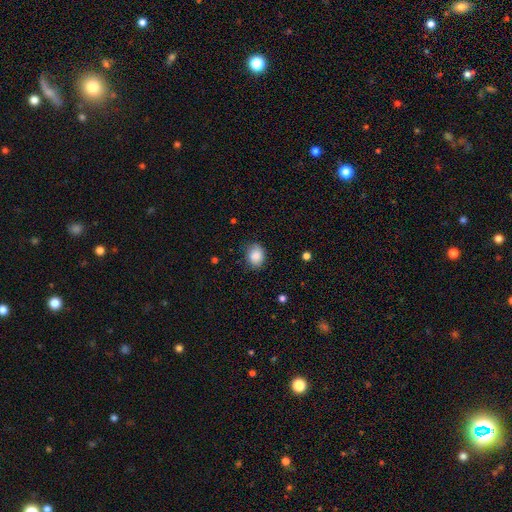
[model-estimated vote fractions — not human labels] The model was most divided on "how rounded": in between: 55%, round: 44%, cigar-shaped: 1%. More confident: smooth or featured — smooth (87%); merging — none (79%).